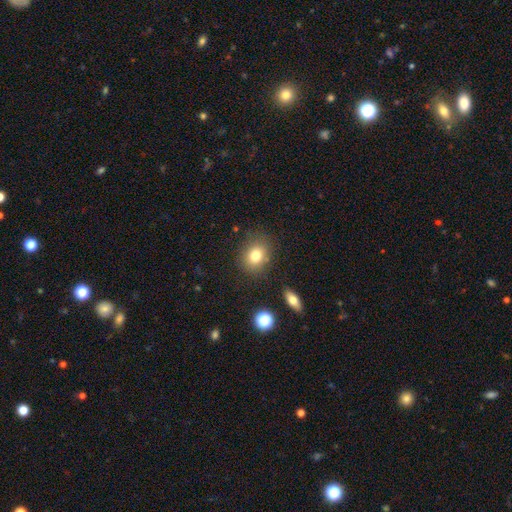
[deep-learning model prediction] The model was most divided on "how rounded": round: 56%, in between: 43%, cigar-shaped: 1%. More confident: merging — none (80%); smooth or featured — smooth (78%).